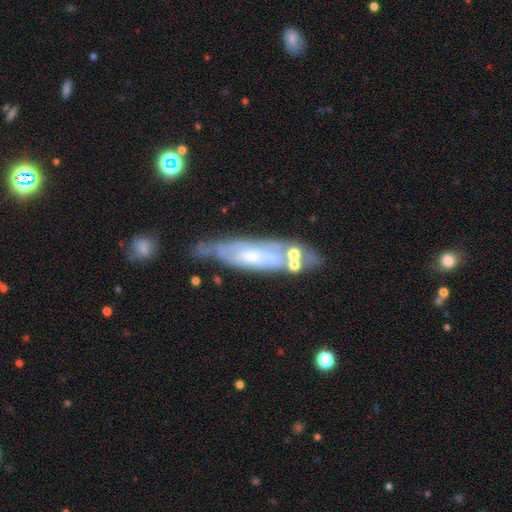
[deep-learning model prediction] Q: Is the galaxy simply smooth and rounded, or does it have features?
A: featured or disk — 68%.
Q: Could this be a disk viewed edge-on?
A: no — 66%.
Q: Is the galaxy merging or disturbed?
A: none — 55%.